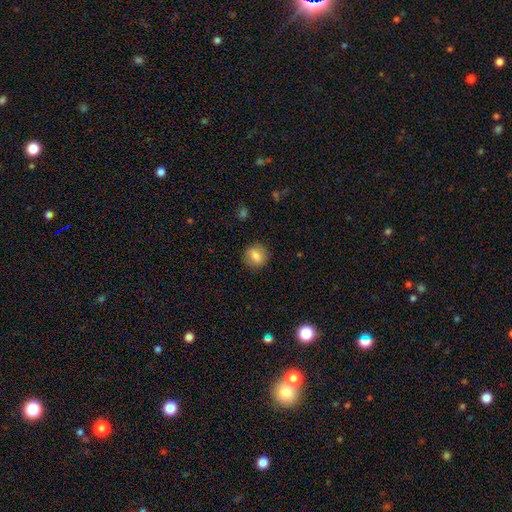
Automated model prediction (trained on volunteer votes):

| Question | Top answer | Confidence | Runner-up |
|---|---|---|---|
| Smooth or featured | smooth | 82% | featured or disk (9%) |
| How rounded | round | 80% | in between (19%) |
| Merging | none | 87% | minor disturbance (9%) |